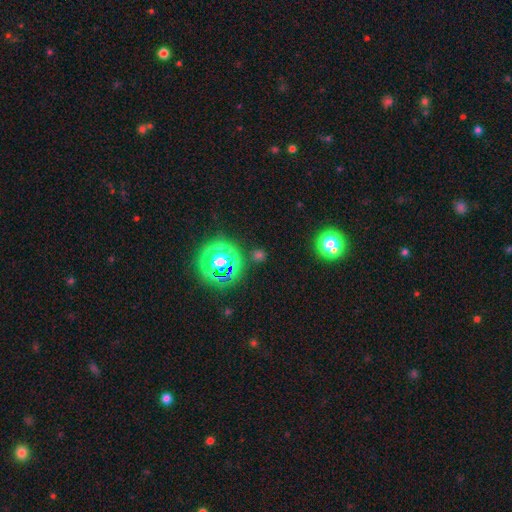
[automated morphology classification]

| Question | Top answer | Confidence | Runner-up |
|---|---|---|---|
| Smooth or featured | star or artifact | 64% | smooth (27%) |